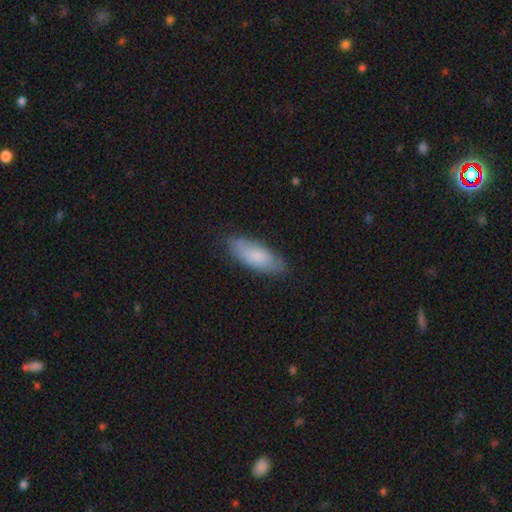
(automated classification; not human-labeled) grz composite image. It shows a smooth galaxy with no disk features (77%) that is in between round and cigar-shaped (73%). Merging: none (78%).